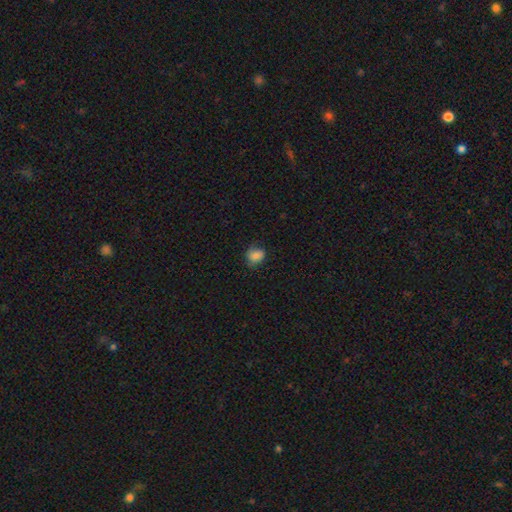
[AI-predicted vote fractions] smooth-or-featured: smooth: 80% | featured or disk: 10% | star or artifact: 10%
  how-rounded: round: 55% | in between: 44% | cigar-shaped: 1%
  merging: none: 68% | minor disturbance: 25% | major disturbance: 6% | merger: 1%